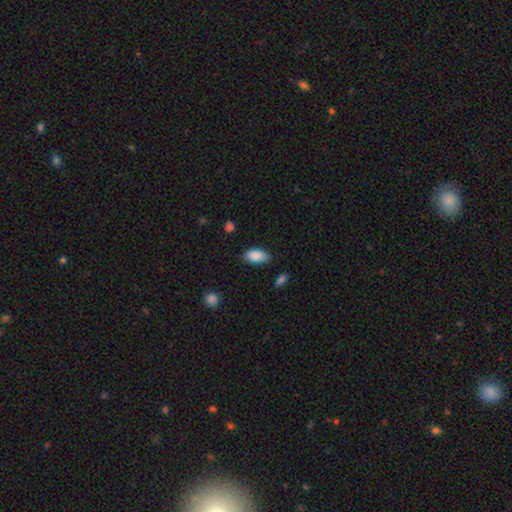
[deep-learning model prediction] smooth_or_featured: smooth (p=0.88) [alt: star or artifact p=0.07]
how_rounded: in between (p=0.94) [alt: round p=0.03]
merging: none (p=0.74) [alt: minor disturbance p=0.21]